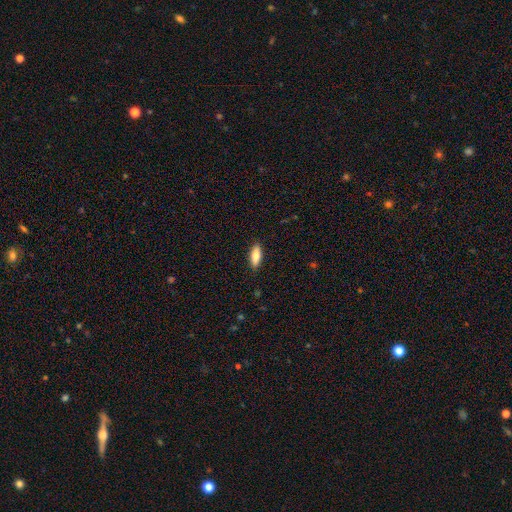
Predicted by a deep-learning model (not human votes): Smooth or featured: smooth — 77% (featured or disk — 16%)
How rounded: in between — 68% (cigar-shaped — 30%)
Merging: none — 89% (minor disturbance — 8%)